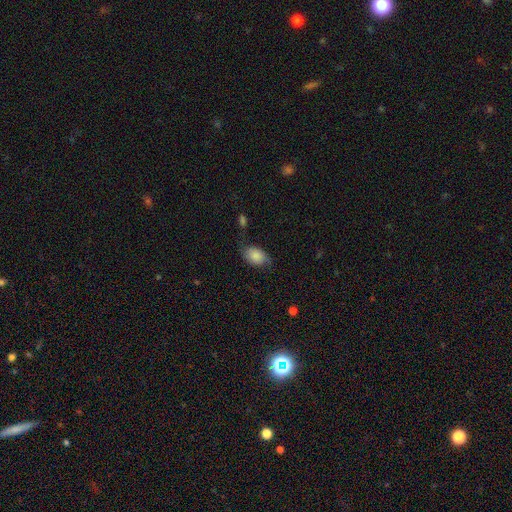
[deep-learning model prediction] A smooth galaxy with no disk features (77%) that is in between round and cigar-shaped (83%). Merging: none (57%).